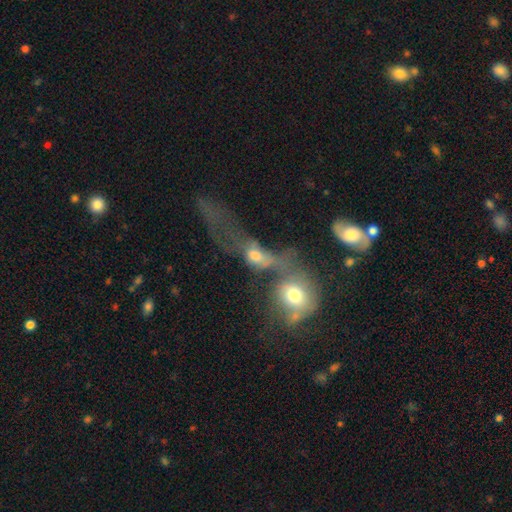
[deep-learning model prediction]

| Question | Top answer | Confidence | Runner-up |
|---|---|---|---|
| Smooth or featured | smooth | 47% | featured or disk (39%) |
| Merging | merger | 63% | major disturbance (21%) |